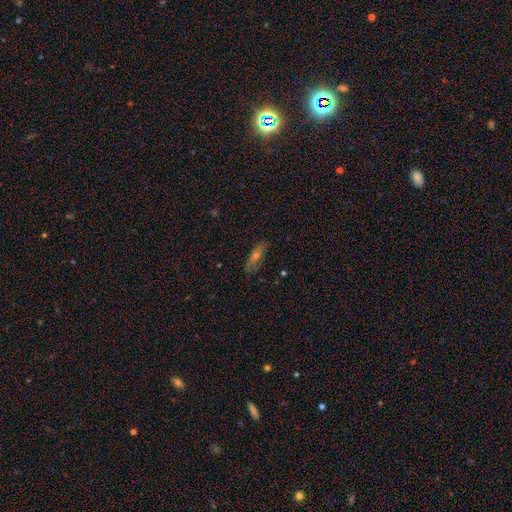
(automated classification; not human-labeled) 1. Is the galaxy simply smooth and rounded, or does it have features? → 46% smooth, 41% featured or disk, 14% star or artifact.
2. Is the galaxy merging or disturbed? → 83% none, 13% minor disturbance, 3% major disturbance, 1% merger.